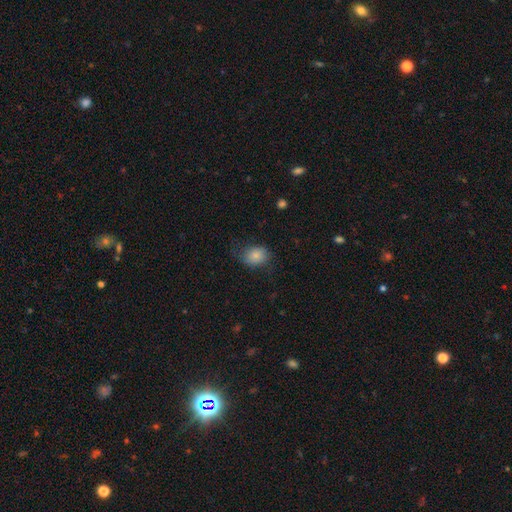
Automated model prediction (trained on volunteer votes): smooth_or_featured: smooth (p=0.80) [alt: featured or disk p=0.11]
how_rounded: in between (p=0.58) [alt: round p=0.41]
merging: none (p=0.61) [alt: minor disturbance p=0.26]